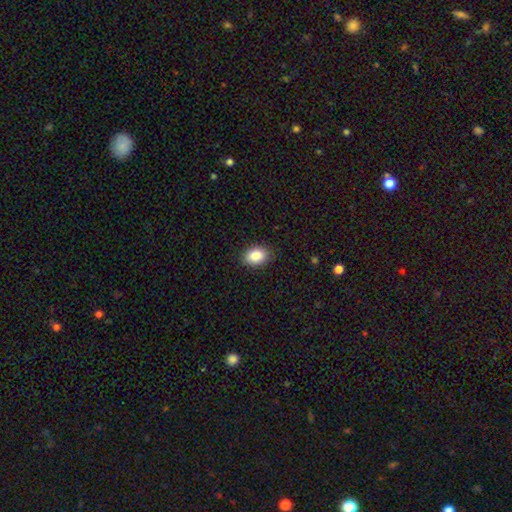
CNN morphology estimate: type=smooth (88%); roundness=in between (80%); merging=none (88%).